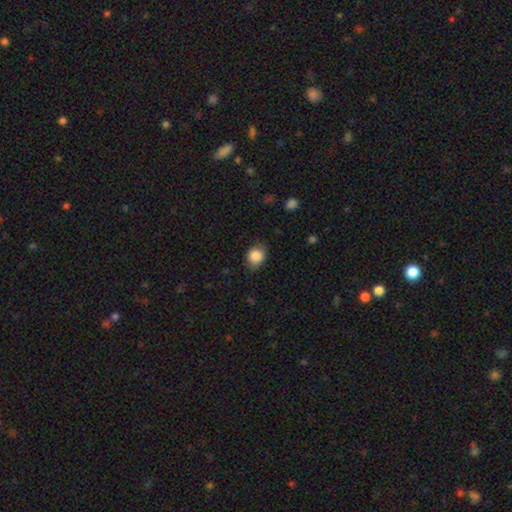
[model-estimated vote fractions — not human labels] smooth 86%, star or artifact 8%, featured or disk 6%. Down the decision tree: how rounded — in between (50%); merging — none (71%).